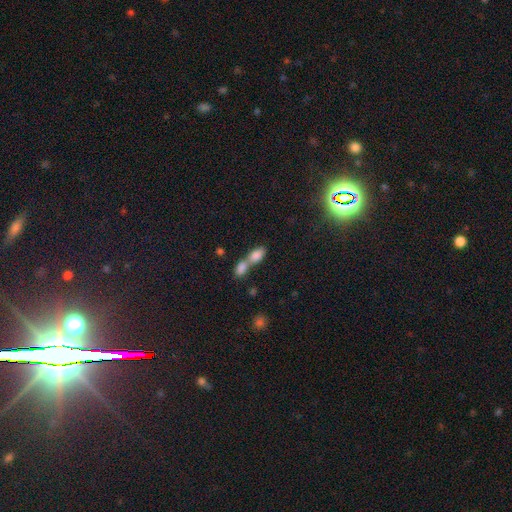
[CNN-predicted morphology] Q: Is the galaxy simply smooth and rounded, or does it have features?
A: smooth — 81%.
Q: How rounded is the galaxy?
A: in between — 85%.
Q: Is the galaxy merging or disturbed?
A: merger — 72%.